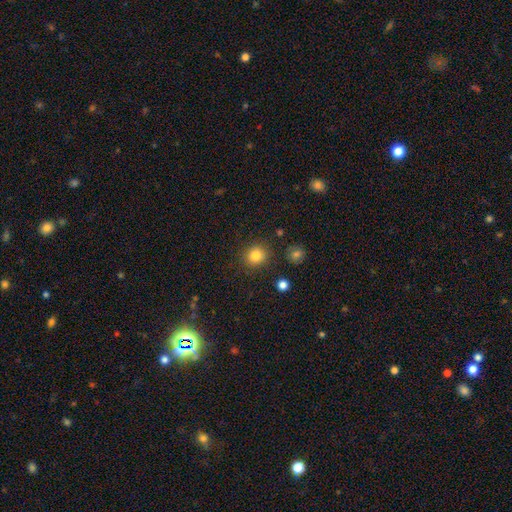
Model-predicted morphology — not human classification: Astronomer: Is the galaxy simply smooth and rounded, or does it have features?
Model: smooth — 83%.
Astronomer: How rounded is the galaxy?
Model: round — 87%.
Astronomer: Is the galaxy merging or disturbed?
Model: none — 89%.